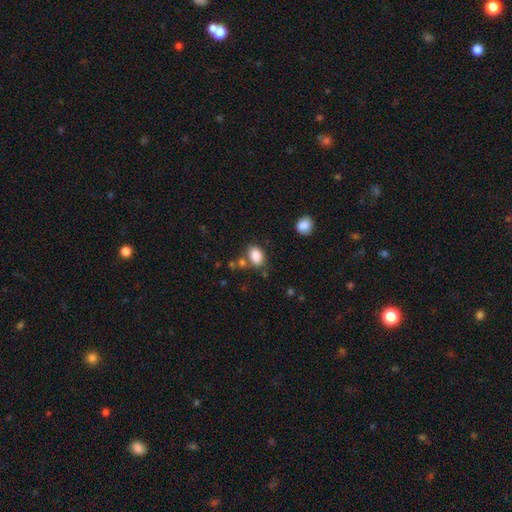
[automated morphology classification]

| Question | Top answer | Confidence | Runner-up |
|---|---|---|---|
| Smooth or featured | smooth | 86% | star or artifact (9%) |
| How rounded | in between | 80% | round (18%) |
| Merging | none | 71% | minor disturbance (15%) |